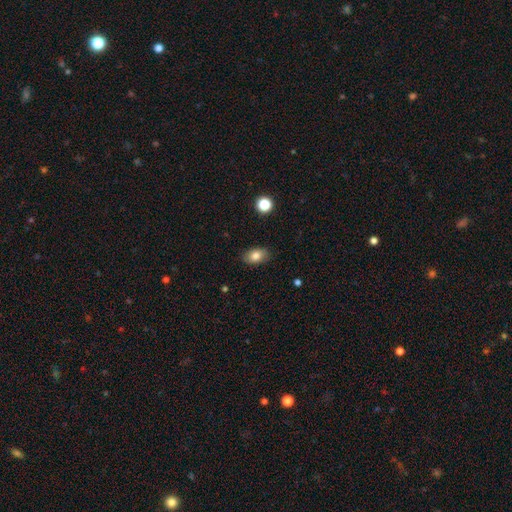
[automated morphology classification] Smooth or featured?
  - smooth: 81% *
  - featured or disk: 10%
  - star or artifact: 9%
How rounded?
  - in between: 87% *
  - round: 11%
  - cigar-shaped: 1%
Merging?
  - none: 87% *
  - minor disturbance: 10%
  - major disturbance: 2%
  - merger: 1%